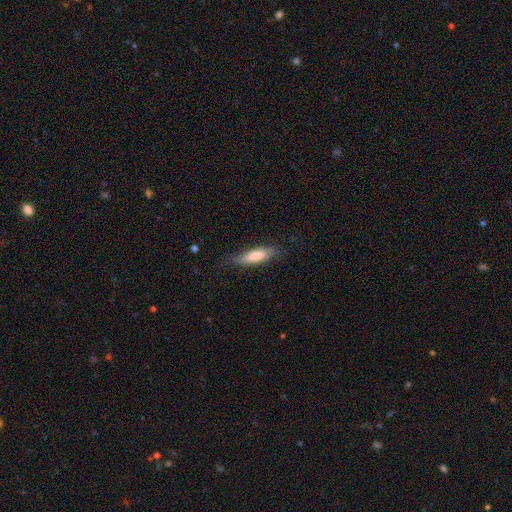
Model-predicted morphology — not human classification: Q: Smooth or featured?
A: smooth (76%); runner-up: featured or disk (18%)
Q: How rounded?
A: cigar-shaped (58%); runner-up: in between (40%)
Q: Merging?
A: none (72%); runner-up: minor disturbance (21%)